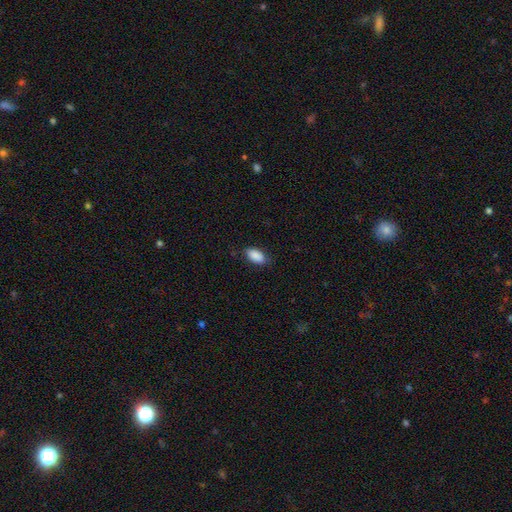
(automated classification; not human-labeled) Overall: smooth (89%). How rounded: in between (93%). Merging: none (81%).